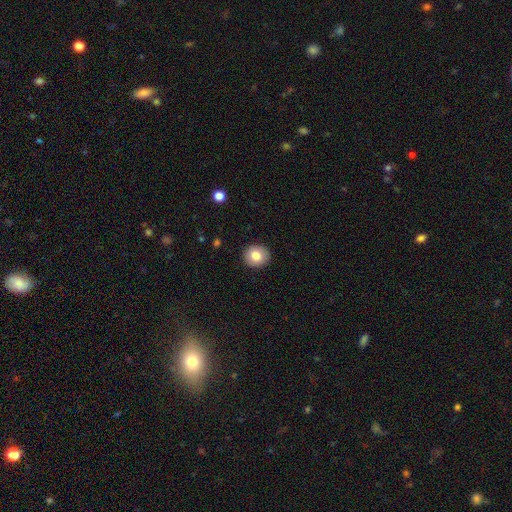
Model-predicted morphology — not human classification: smooth-or-featured: smooth: 82% | featured or disk: 10% | star or artifact: 8%
  how-rounded: round: 82% | in between: 17% | cigar-shaped: 1%
  merging: none: 91% | minor disturbance: 6% | major disturbance: 2% | merger: 1%